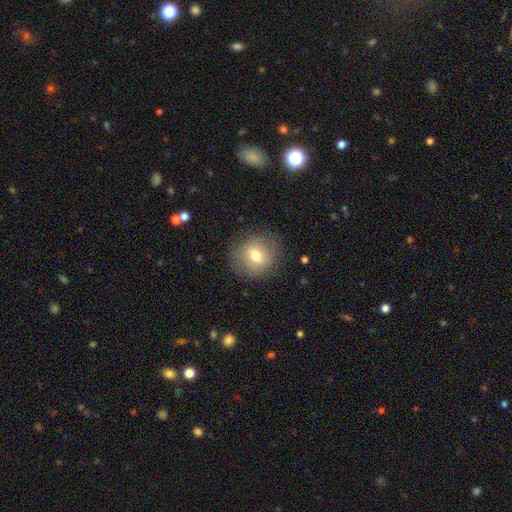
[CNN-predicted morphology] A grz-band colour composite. It shows a smooth galaxy with no disk features (69%) that is round (84%). Merging: none (81%).